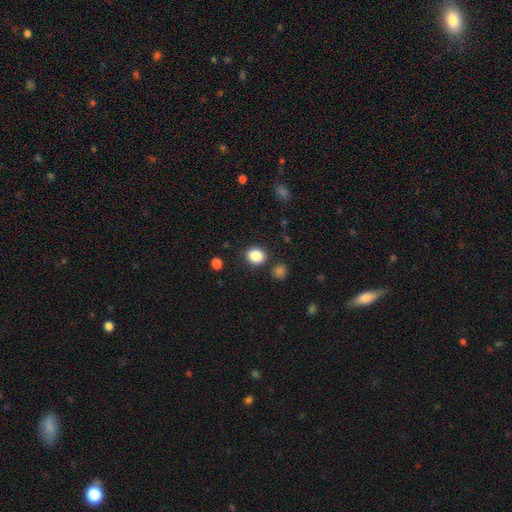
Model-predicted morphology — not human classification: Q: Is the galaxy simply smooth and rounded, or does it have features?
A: smooth — 86%.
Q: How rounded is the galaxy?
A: round — 70%.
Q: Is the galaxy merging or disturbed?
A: none — 84%.